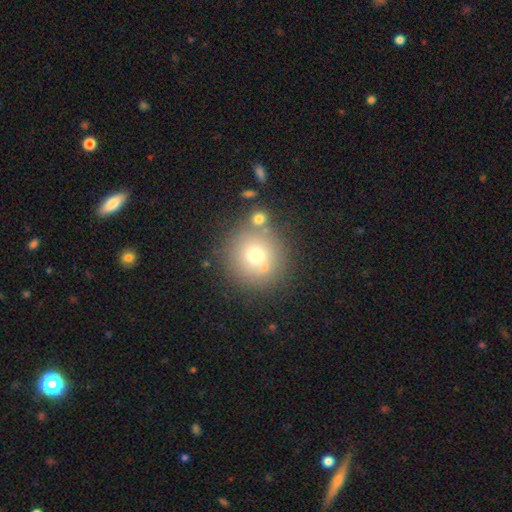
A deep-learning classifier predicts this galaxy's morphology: smooth_or_featured: smooth (p=0.68) [alt: featured or disk p=0.18]
how_rounded: round (p=0.93) [alt: in between p=0.06]
merging: none (p=0.74) [alt: merger p=0.12]